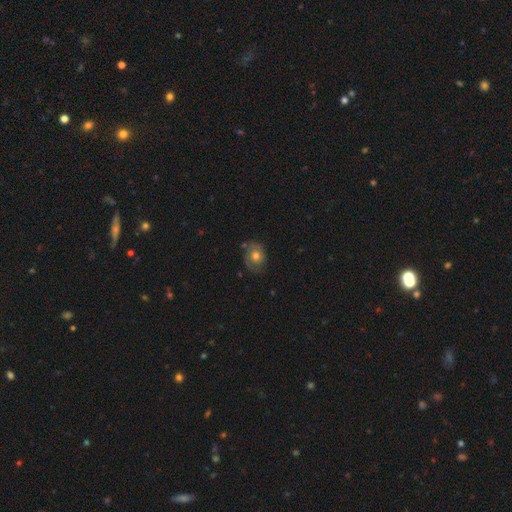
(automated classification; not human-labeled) smooth-or-featured: smooth: 46% | featured or disk: 45% | star or artifact: 9%
  merging: none: 64% | minor disturbance: 23% | major disturbance: 10% | merger: 3%